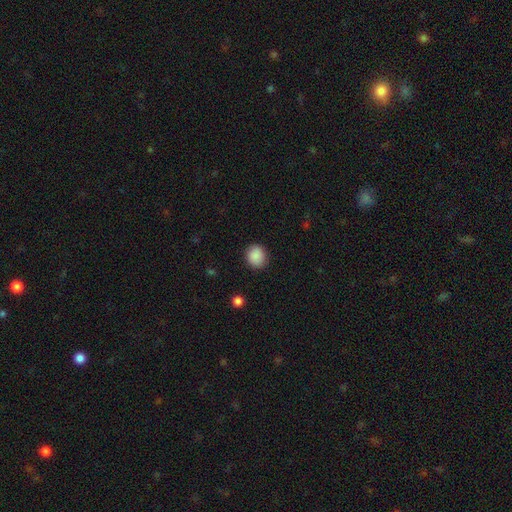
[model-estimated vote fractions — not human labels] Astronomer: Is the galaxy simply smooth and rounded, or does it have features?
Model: smooth — 89%.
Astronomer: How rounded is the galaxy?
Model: round — 79%.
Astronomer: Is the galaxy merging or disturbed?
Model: none — 88%.